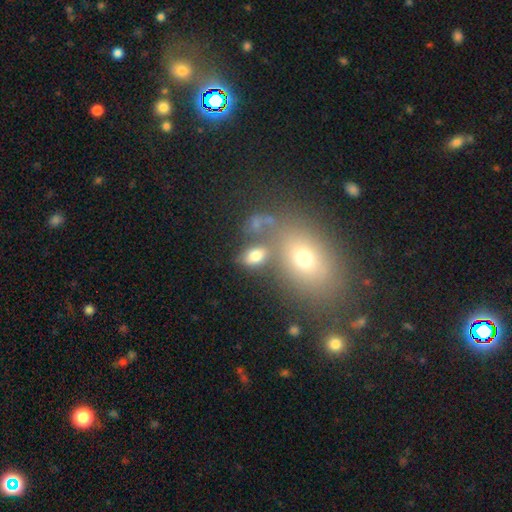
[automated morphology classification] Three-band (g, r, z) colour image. It shows a smooth galaxy with no disk features (71%) that is in between round and cigar-shaped (80%). Merging: none (48%).